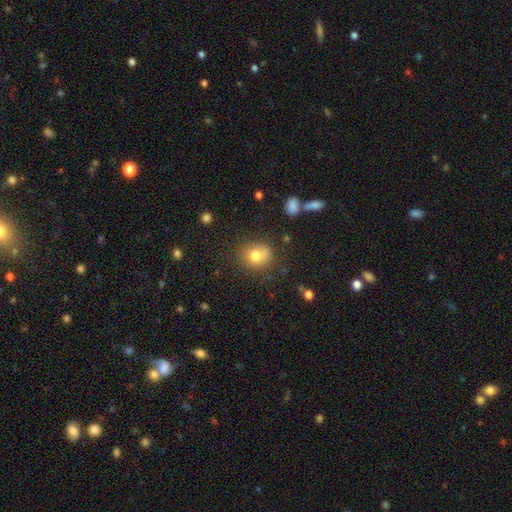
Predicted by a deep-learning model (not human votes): Smooth or featured?
  - smooth: 77% *
  - star or artifact: 12%
  - featured or disk: 11%
How rounded?
  - round: 68% *
  - in between: 31%
  - cigar-shaped: 1%
Merging?
  - none: 73% *
  - minor disturbance: 17%
  - major disturbance: 5%
  - merger: 5%